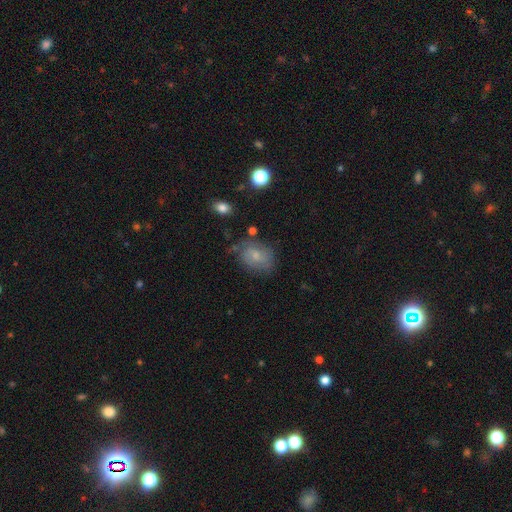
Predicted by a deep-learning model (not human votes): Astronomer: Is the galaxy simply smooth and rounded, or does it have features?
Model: smooth — 51% (runner-up: featured or disk, 40%).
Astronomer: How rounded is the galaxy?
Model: in between — 60% (runner-up: round, 39%).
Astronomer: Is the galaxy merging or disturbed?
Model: none — 64%.